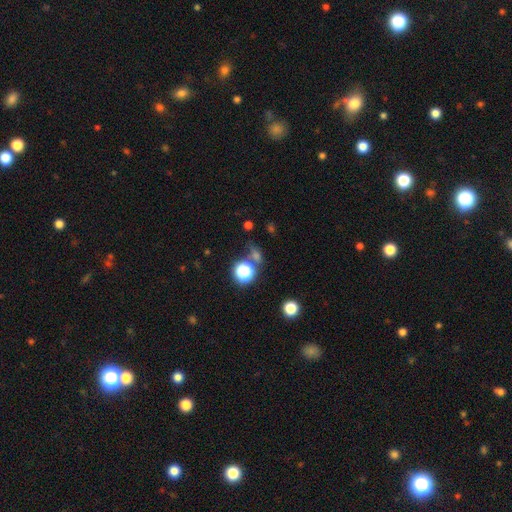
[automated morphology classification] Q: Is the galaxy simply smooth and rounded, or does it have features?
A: star or artifact — 46%.